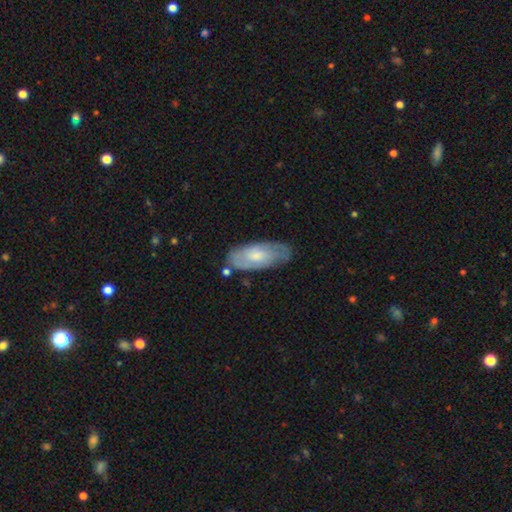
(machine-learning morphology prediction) smooth-or-featured: featured or disk: 52% | smooth: 42% | star or artifact: 6%
  disk-edge-on: no: 87% | yes: 13%
  merging: none: 73% | minor disturbance: 19% | major disturbance: 5% | merger: 3%